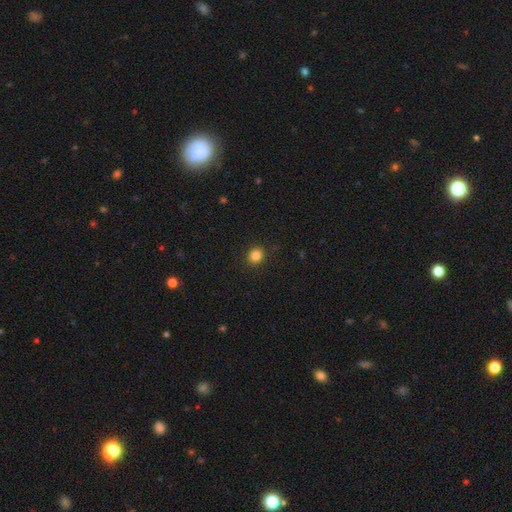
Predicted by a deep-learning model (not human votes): Overall: smooth (83%). How rounded: round (84%). Merging: none (91%).